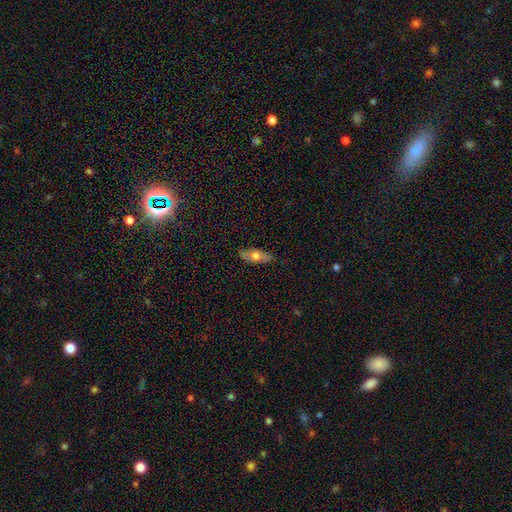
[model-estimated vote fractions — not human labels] Smooth or featured?
  - smooth: 59% *
  - featured or disk: 35%
  - star or artifact: 7%
How rounded?
  - in between: 76% *
  - cigar-shaped: 20%
  - round: 4%
Merging?
  - none: 81% *
  - minor disturbance: 15%
  - major disturbance: 3%
  - merger: 1%